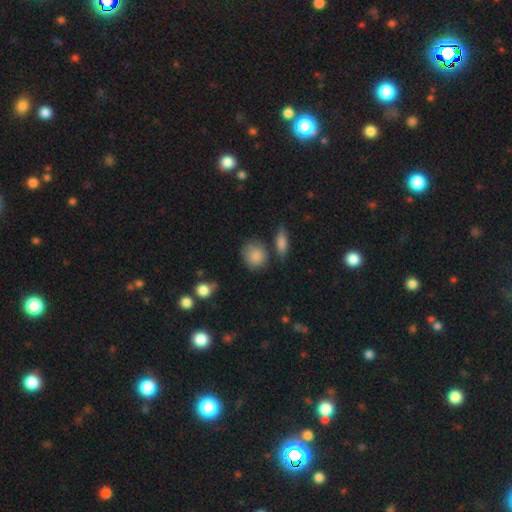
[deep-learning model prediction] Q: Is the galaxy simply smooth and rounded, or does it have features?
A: smooth — 85%.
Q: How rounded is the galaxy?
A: round — 71%.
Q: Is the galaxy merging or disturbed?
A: none — 63%.